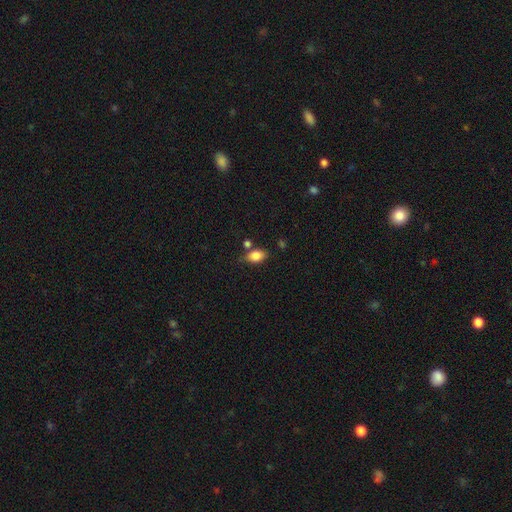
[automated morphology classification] smooth 83%, featured or disk 9%, star or artifact 8%. Down the decision tree: how rounded — in between (87%); merging — none (66%).